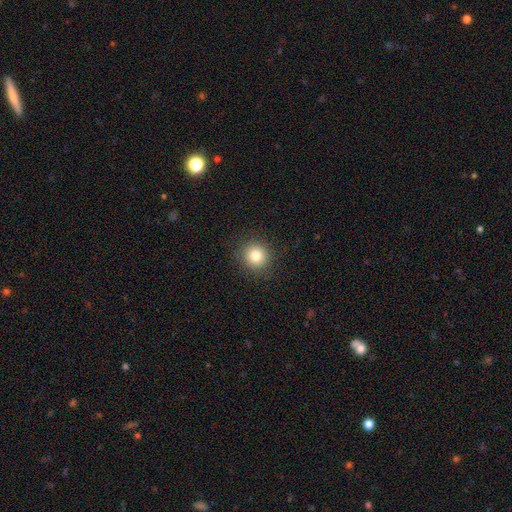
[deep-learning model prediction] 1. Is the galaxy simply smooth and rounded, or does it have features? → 82% smooth, 12% star or artifact, 7% featured or disk.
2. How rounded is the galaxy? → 92% round, 7% in between, 1% cigar-shaped.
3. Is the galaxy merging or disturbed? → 90% none, 6% minor disturbance, 2% major disturbance, 1% merger.